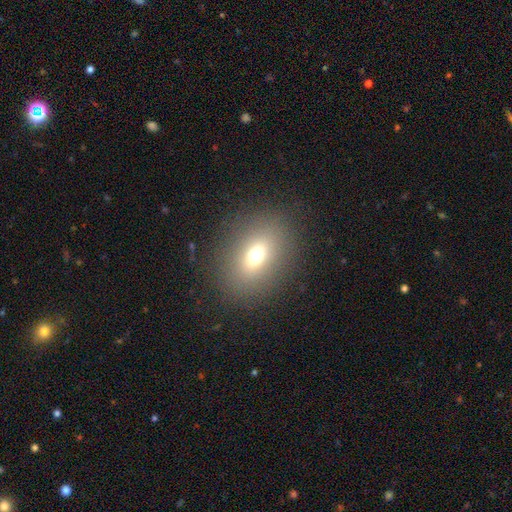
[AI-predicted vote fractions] This is likely a smooth galaxy (67%). How rounded: likely in between (63%). Merging: clearly none (86%).